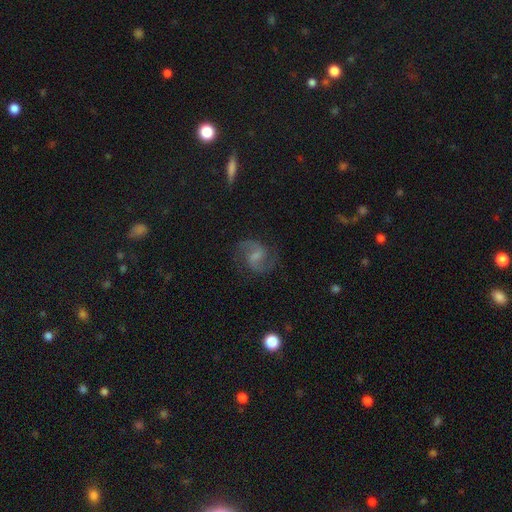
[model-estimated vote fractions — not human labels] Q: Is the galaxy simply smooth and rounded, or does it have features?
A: featured or disk — 81%.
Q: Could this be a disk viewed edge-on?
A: no — 98%.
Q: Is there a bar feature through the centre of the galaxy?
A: weak — 57%.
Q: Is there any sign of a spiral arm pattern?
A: yes — 96%.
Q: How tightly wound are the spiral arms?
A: medium — 55%.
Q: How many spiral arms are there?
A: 2 — 92%.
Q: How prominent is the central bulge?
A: none — 41%.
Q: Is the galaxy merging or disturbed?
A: none — 78%.